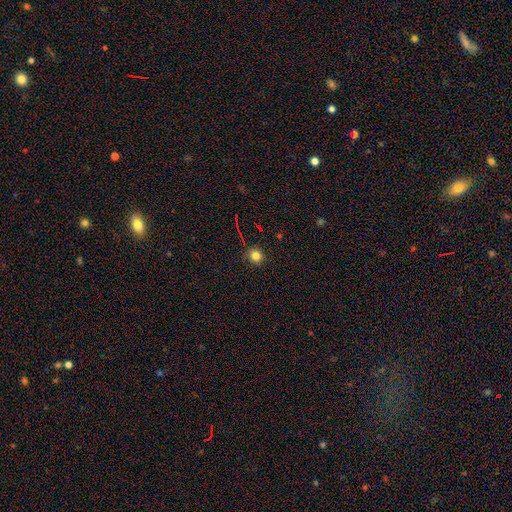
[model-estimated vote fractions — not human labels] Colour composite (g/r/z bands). It shows a smooth galaxy with no disk features (79%) that is round (90%). Merging: none (88%).